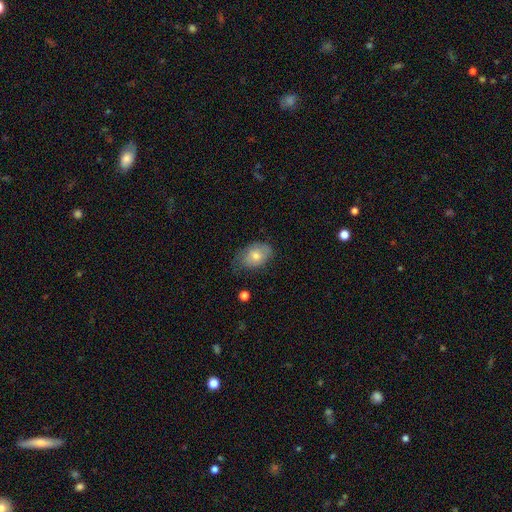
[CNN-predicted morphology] Overall: smooth (66%). How rounded: in between (82%). Merging: none (59%; minor disturbance 31%).